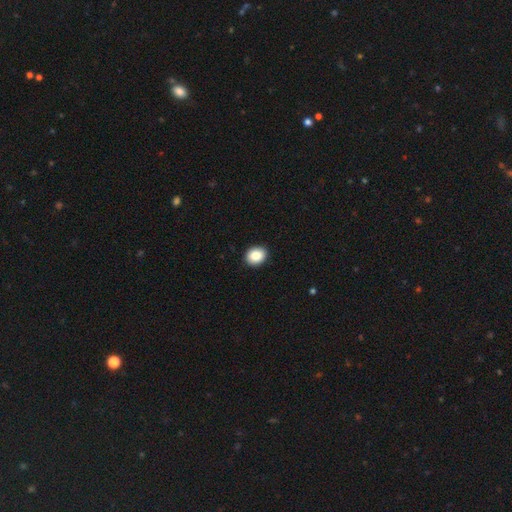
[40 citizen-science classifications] Smooth or featured? smooth (90%)
How rounded? round (61%)
Merging? none (92%)